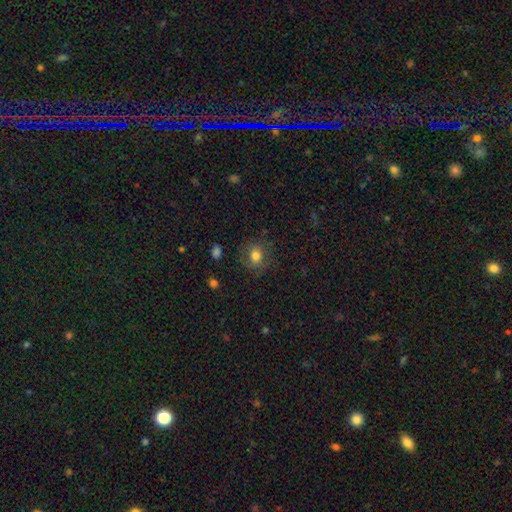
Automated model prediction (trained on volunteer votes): smooth-or-featured: smooth: 69% | featured or disk: 19% | star or artifact: 12%
  how-rounded: round: 74% | in between: 25% | cigar-shaped: 1%
  merging: none: 75% | minor disturbance: 16% | major disturbance: 8% | merger: 1%